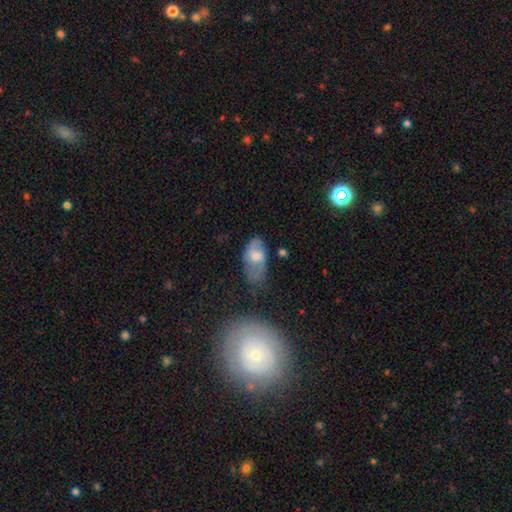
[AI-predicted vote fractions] smooth 53%, featured or disk 40%, star or artifact 8%. Down the decision tree: how rounded — in between (91%); merging — none (53%).